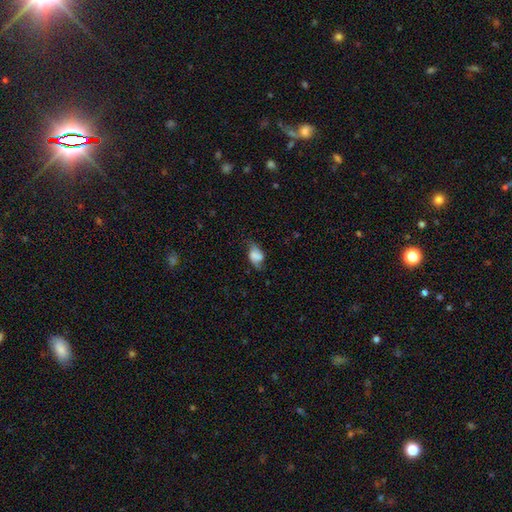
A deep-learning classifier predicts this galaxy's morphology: Smooth or featured: smooth — 54% (featured or disk — 35%)
How rounded: in between — 83% (round — 14%)
Merging: none — 53% (minor disturbance — 29%)